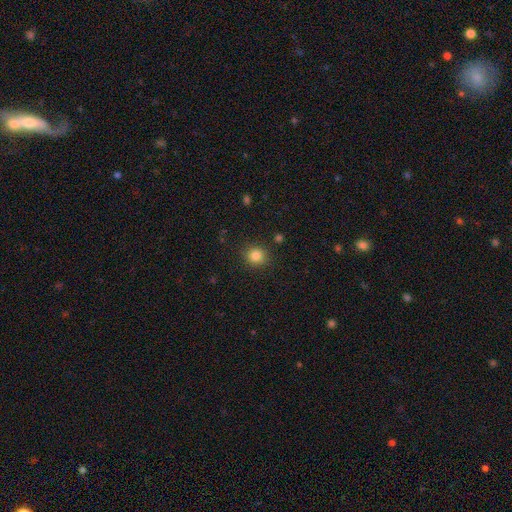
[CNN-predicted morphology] Smooth or featured: smooth — 84% (star or artifact — 12%)
How rounded: round — 87% (in between — 12%)
Merging: none — 89% (minor disturbance — 7%)